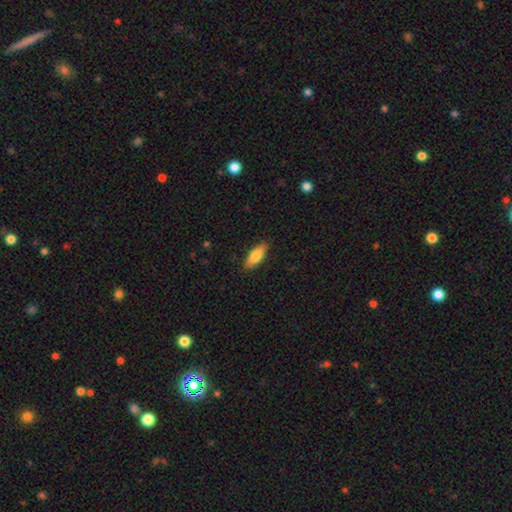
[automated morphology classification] Smooth or featured: smooth — 77% (featured or disk — 17%)
How rounded: in between — 66% (cigar-shaped — 32%)
Merging: none — 88% (minor disturbance — 9%)